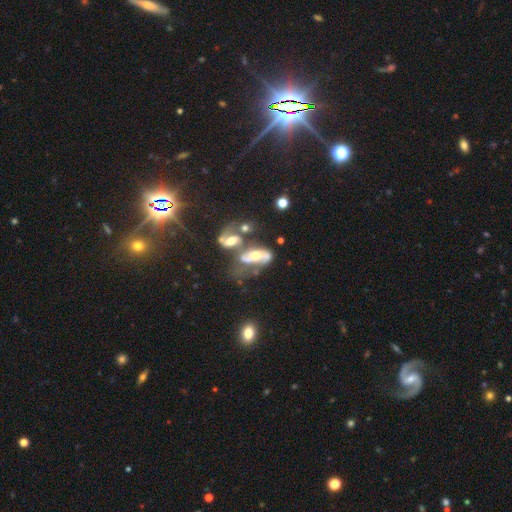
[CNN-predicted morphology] A featured or disk galaxy (67%) with no bar (51%), spiral arms (72%) and a moderate central bulge (64%).

Vote fractions:
- Smooth or featured? featured or disk: 67% / smooth: 24% / star or artifact: 9%
- Edge-on disk? no: 89% / yes: 11%
- Bar? no: 51% / weak: 28% / strong: 21%
- Spiral arms? yes: 72% / no: 28%
- Bulge size? moderate: 64% / small: 20% / large: 11% / none: 3% / dominant: 2%
- Merging? merger: 55% / none: 18% / major disturbance: 17% / minor disturbance: 10%